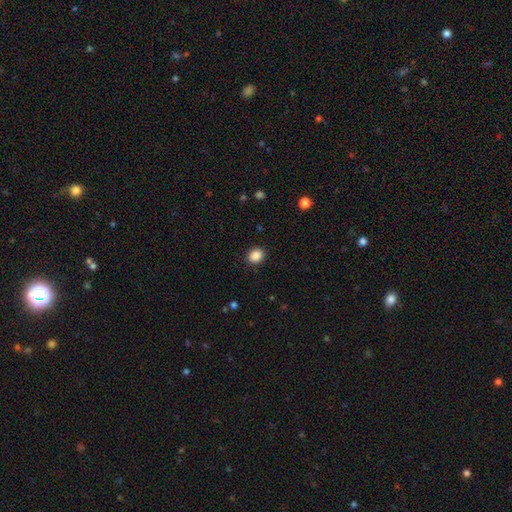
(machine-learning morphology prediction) Overall: smooth (88%). How rounded: round (59%; in between 40%). Merging: none (89%).